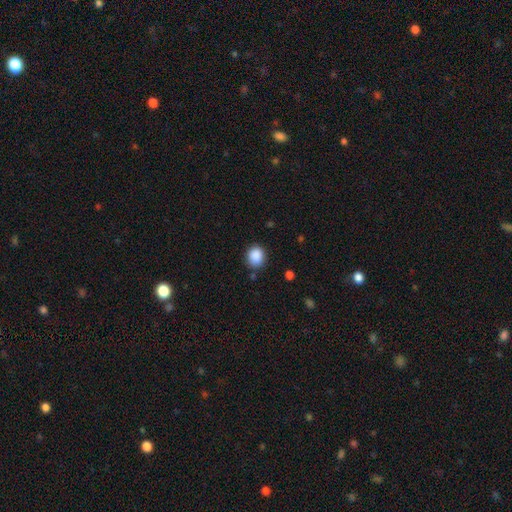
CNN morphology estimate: Overall: smooth (88%). How rounded: round (72%). Merging: none (82%).